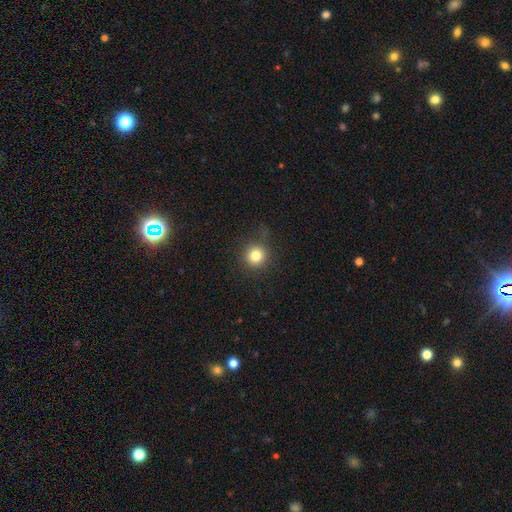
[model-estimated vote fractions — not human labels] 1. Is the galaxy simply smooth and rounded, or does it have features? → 81% smooth, 13% star or artifact, 7% featured or disk.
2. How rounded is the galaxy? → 93% round, 6% in between, 1% cigar-shaped.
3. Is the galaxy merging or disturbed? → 84% none, 10% minor disturbance, 4% major disturbance, 1% merger.